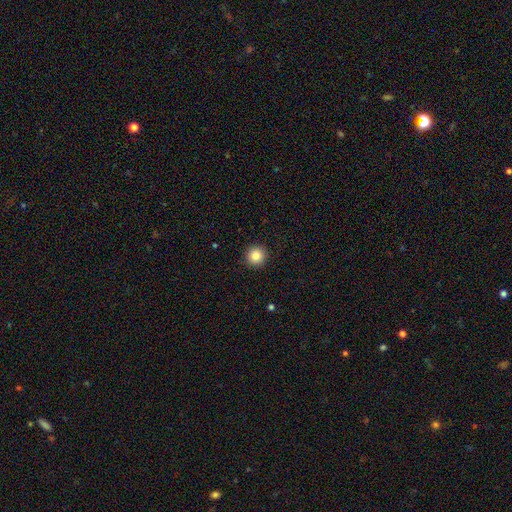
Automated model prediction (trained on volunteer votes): smooth-or-featured: smooth: 86% | star or artifact: 10% | featured or disk: 4%
  how-rounded: round: 95% | in between: 4% | cigar-shaped: 1%
  merging: none: 92% | minor disturbance: 5% | major disturbance: 2% | merger: 1%